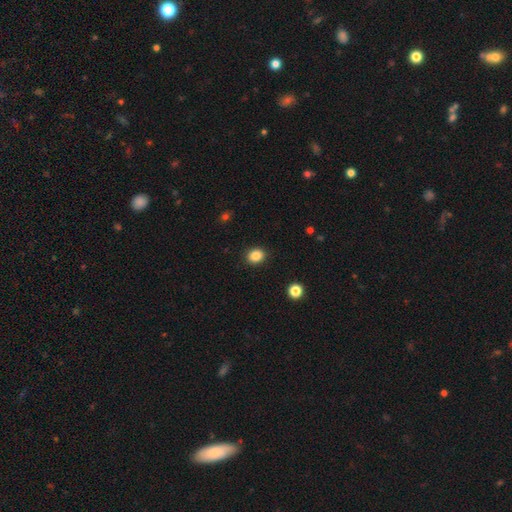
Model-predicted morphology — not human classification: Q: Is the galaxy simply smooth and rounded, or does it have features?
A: smooth — 86%.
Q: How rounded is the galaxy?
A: round — 61%.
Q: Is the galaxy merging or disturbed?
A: none — 90%.